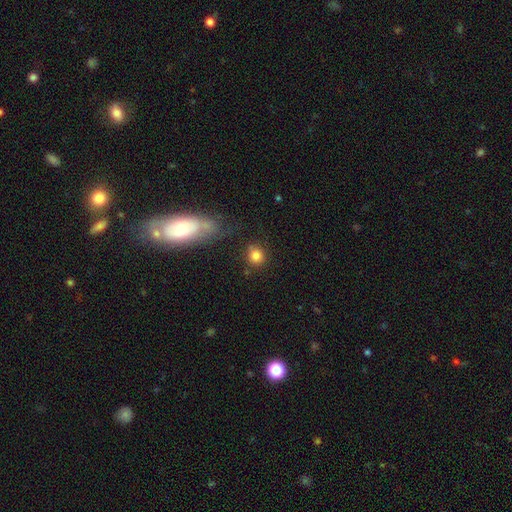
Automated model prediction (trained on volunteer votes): Q: Smooth or featured?
A: smooth (83%); runner-up: star or artifact (11%)
Q: How rounded?
A: round (85%); runner-up: in between (14%)
Q: Merging?
A: none (78%); runner-up: minor disturbance (11%)